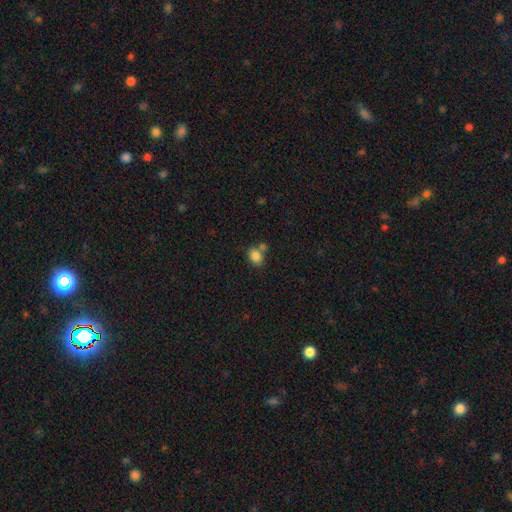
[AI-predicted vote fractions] Overall: smooth (84%). How rounded: in between (52%; round 47%). Merging: none (56%; merger 27%).